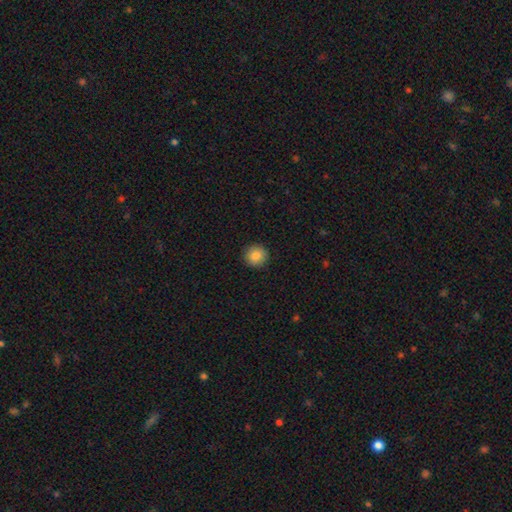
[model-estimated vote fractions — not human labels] smooth-or-featured: smooth: 86% | star or artifact: 9% | featured or disk: 5%
  how-rounded: round: 93% | in between: 6% | cigar-shaped: 1%
  merging: none: 92% | minor disturbance: 5% | major disturbance: 2% | merger: 1%